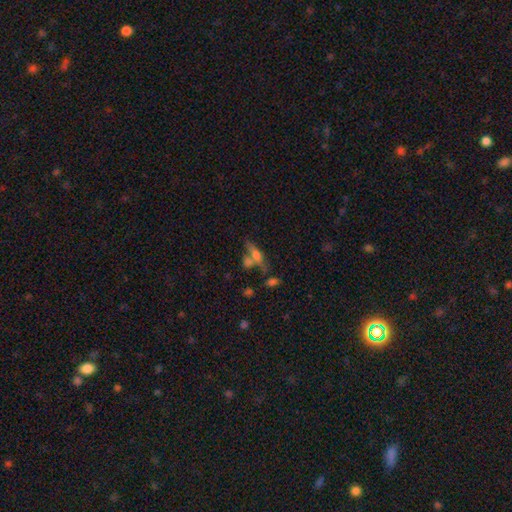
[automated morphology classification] smooth_or_featured: featured or disk (p=0.55) [alt: smooth p=0.30]
disk_edge_on: yes (p=0.86) [alt: no p=0.14]
merging: none (p=0.57) [alt: merger p=0.25]